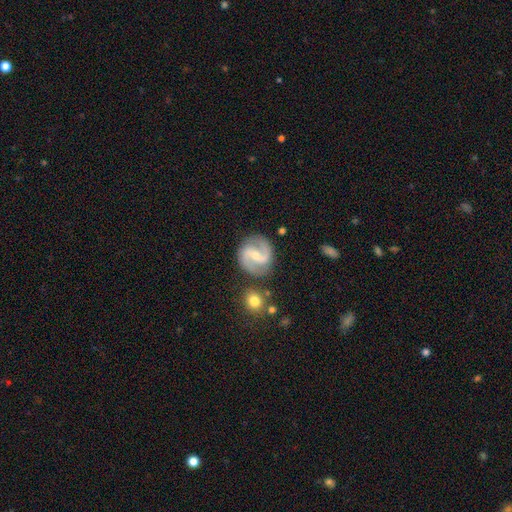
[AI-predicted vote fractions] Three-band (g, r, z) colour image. It shows a featured or disk galaxy (88%) with a weak bar (44%), 2 (94%) medium (59%) spiral arms (97%) and a small central bulge (56%). Merging: none (83%).